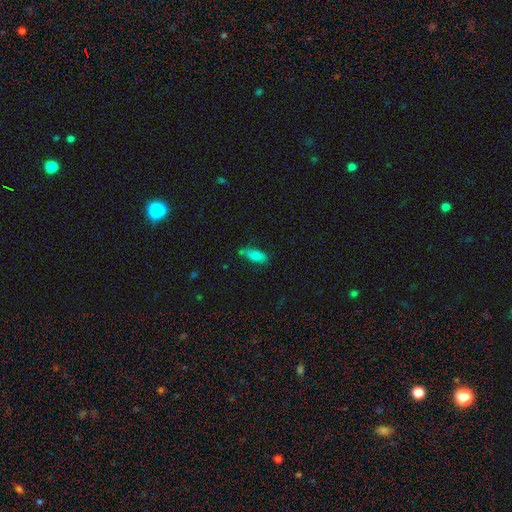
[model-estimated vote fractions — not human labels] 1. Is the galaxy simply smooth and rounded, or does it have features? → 74% smooth, 17% featured or disk, 9% star or artifact.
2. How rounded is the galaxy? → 75% in between, 23% cigar-shaped, 3% round.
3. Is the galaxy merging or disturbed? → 64% none, 24% minor disturbance, 7% merger, 5% major disturbance.